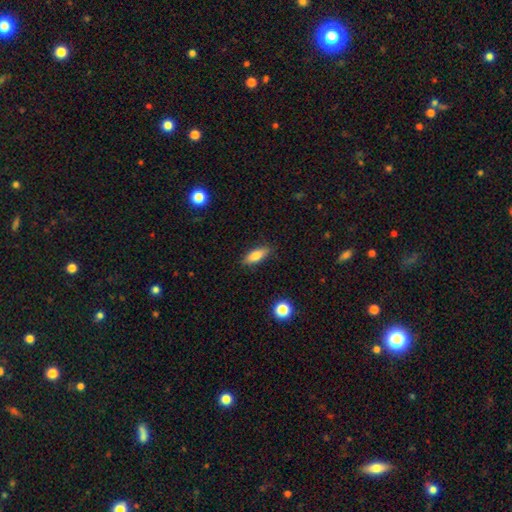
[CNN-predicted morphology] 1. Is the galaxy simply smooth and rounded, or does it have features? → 80% smooth, 13% featured or disk, 7% star or artifact.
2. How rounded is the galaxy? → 67% in between, 31% cigar-shaped, 3% round.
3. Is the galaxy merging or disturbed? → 86% none, 10% minor disturbance, 2% major disturbance, 1% merger.